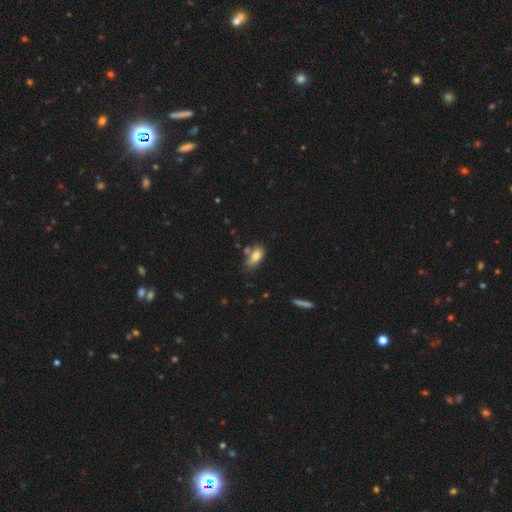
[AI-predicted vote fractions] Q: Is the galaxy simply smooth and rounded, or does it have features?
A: smooth — 80%.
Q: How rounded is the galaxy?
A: in between — 87%.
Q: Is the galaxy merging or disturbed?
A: none — 50%.